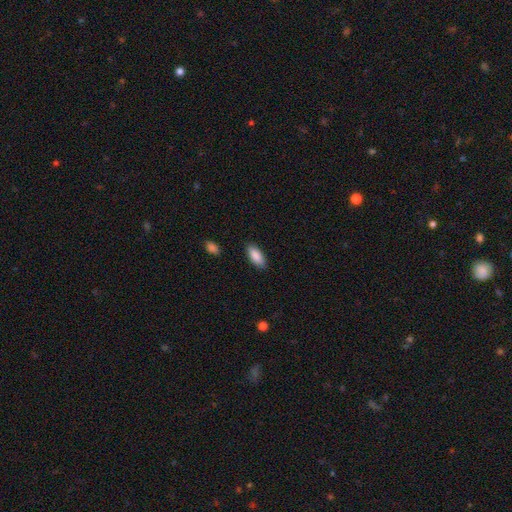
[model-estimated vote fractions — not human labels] smooth_or_featured: smooth (p=0.88) [alt: star or artifact p=0.06]
how_rounded: in between (p=0.83) [alt: cigar-shaped p=0.15]
merging: none (p=0.87) [alt: minor disturbance p=0.10]